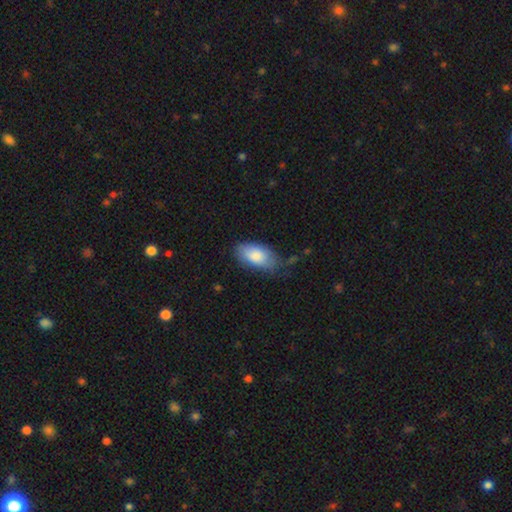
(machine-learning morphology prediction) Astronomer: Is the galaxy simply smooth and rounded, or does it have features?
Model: smooth — 82%.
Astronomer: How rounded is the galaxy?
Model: in between — 93%.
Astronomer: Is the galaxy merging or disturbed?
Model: none — 64%.